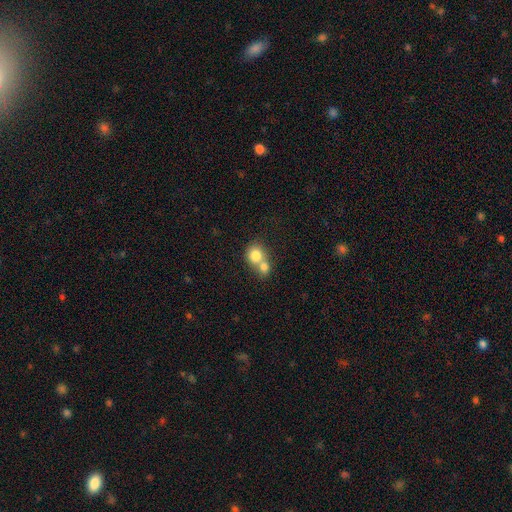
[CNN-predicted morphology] smooth_or_featured: smooth (p=0.78) [alt: featured or disk p=0.13]
how_rounded: round (p=0.76) [alt: in between p=0.23]
merging: merger (p=0.65) [alt: none p=0.27]